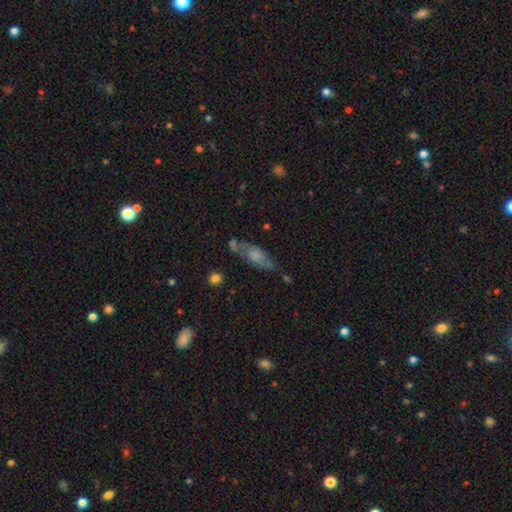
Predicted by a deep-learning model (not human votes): Smooth or featured? Predicted: smooth (p=0.54). How rounded? Predicted: in between (p=0.55). Merging? Predicted: none (p=0.49).